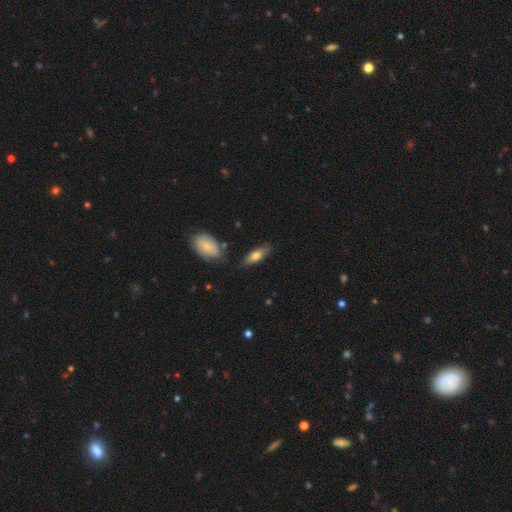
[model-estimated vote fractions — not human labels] smooth 69%, featured or disk 25%, star or artifact 6%. Down the decision tree: how rounded — in between (66%); merging — none (75%).